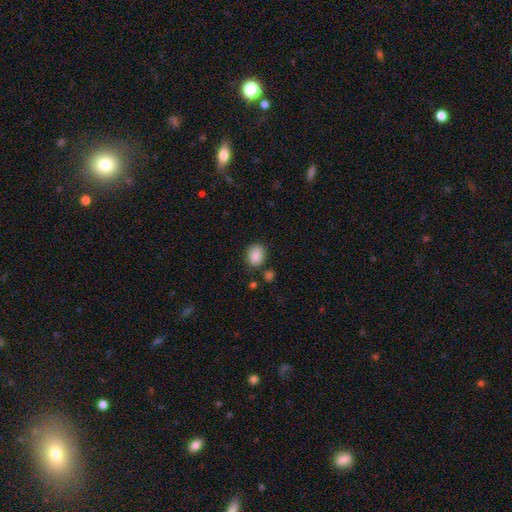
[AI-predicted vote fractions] A smooth galaxy with no disk features (88%) that is in between round and cigar-shaped (59%). Merging: none (81%).